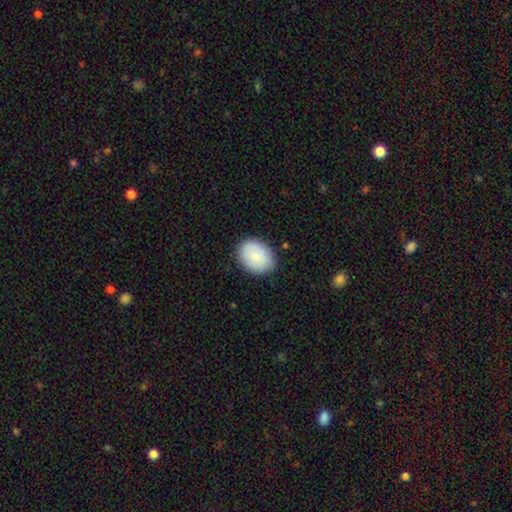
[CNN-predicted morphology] Smooth or featured? Predicted: smooth (p=0.81). How rounded? Predicted: in between (p=0.67). Merging? Predicted: none (p=0.85).